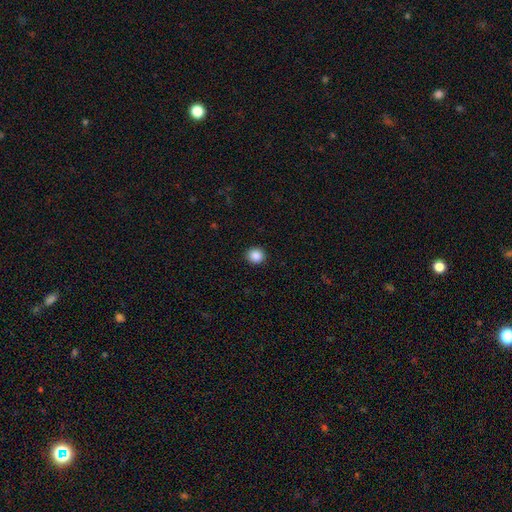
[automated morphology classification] A smooth galaxy with no disk features (88%) that is round (89%). Merging: none (92%).